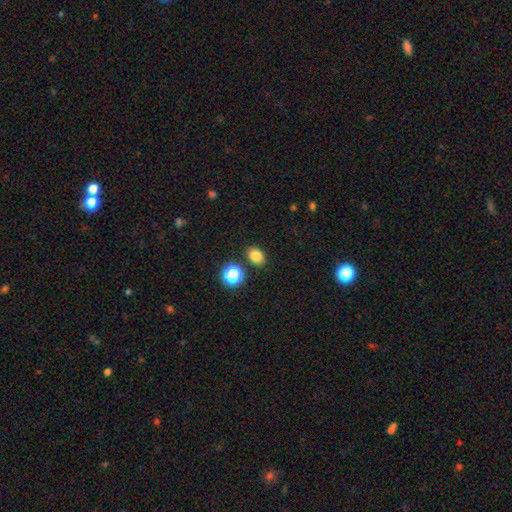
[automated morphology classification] This is clearly a smooth galaxy (81%). How rounded: possibly in between (59%). Merging: clearly none (85%).